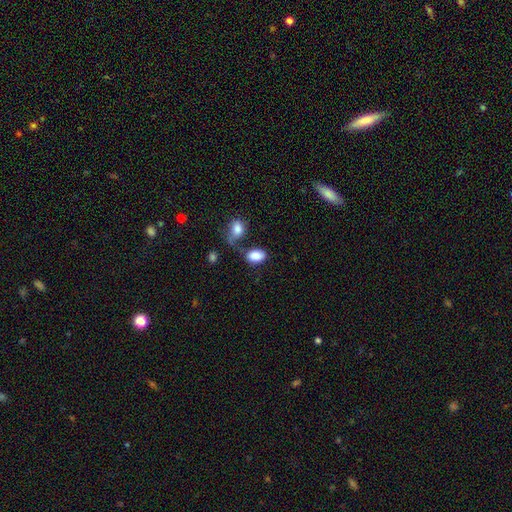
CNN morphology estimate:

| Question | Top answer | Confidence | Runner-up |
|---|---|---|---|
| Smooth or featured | smooth | 87% | star or artifact (7%) |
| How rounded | in between | 89% | round (9%) |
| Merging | none | 51% | merger (22%) |